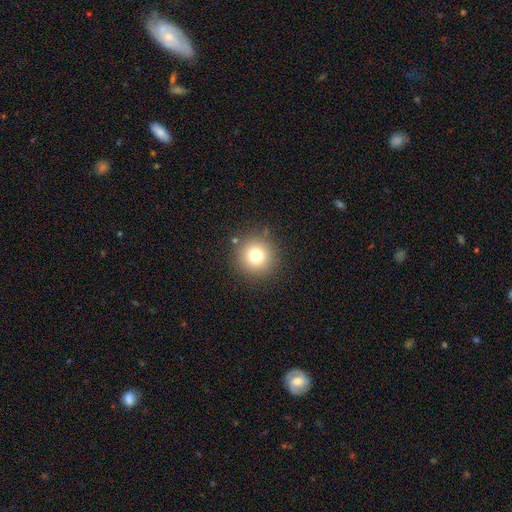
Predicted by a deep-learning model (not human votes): This is likely a smooth galaxy (77%). How rounded: clearly round (95%). Merging: clearly none (88%).